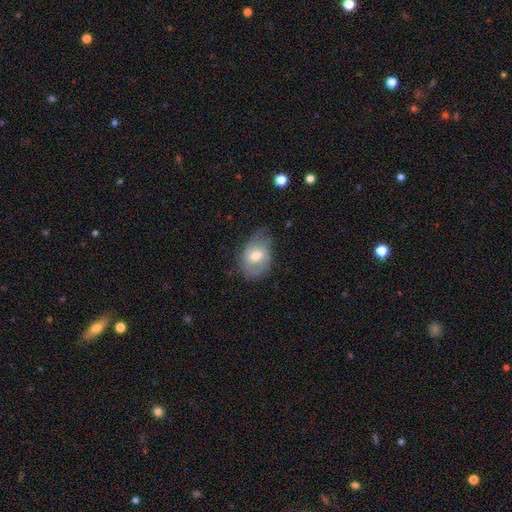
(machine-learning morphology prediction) This is possibly a featured or disk galaxy (47%). Merging: possibly none (55%).